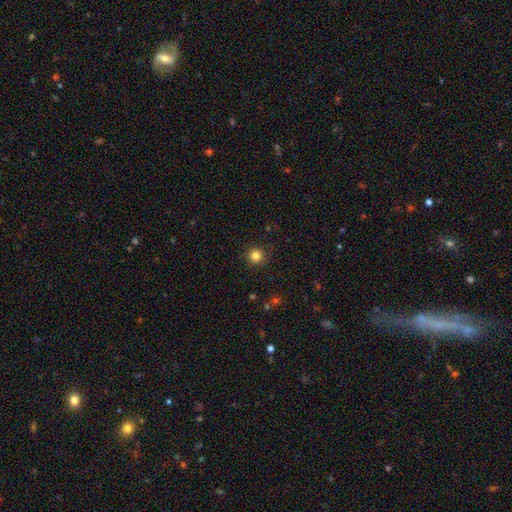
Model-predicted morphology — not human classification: Smooth or featured: smooth — 83% (star or artifact — 13%)
How rounded: round — 95% (in between — 4%)
Merging: none — 91% (minor disturbance — 6%)